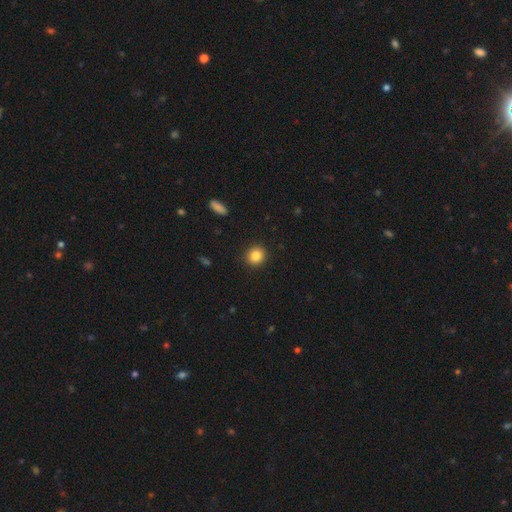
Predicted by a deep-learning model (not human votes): Smooth or featured? smooth (85%)
How rounded? round (87%)
Merging? none (91%)